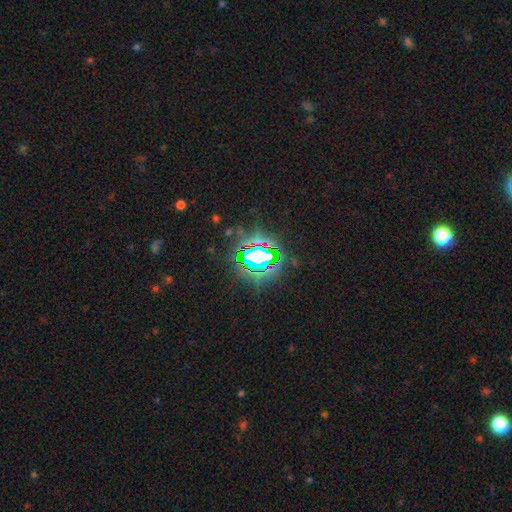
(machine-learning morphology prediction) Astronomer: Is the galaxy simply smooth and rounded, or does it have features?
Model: star or artifact — 79%.